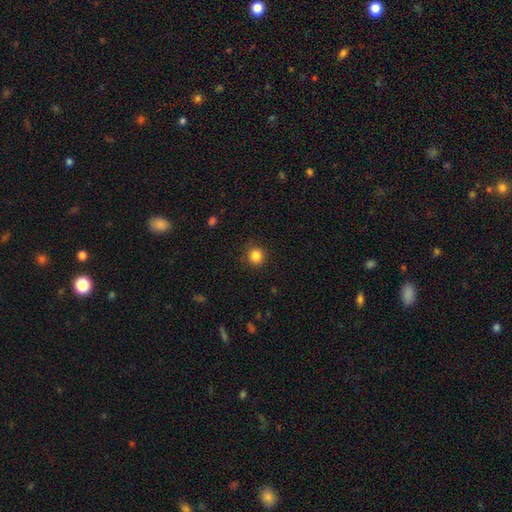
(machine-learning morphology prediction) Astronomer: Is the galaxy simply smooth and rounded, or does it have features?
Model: smooth — 85%.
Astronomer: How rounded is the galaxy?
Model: round — 93%.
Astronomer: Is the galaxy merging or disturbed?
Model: none — 89%.